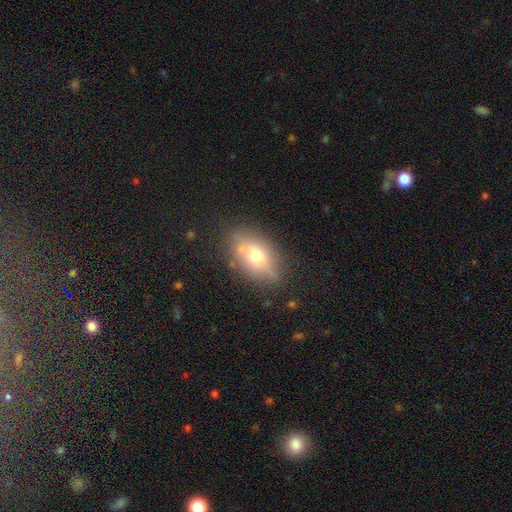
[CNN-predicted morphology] Q: Smooth or featured?
A: smooth (58%); runner-up: featured or disk (32%)
Q: How rounded?
A: in between (85%); runner-up: round (8%)
Q: Merging?
A: none (73%); runner-up: minor disturbance (19%)